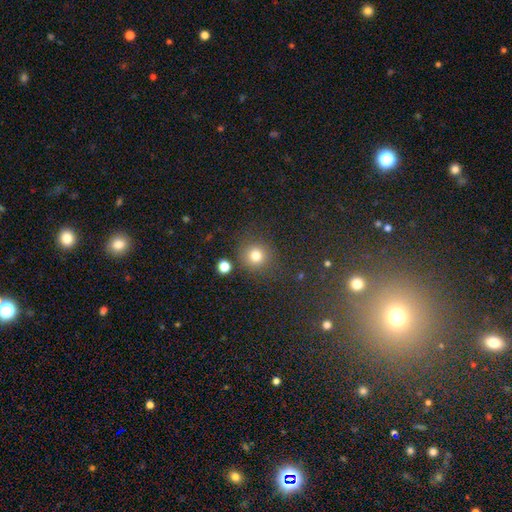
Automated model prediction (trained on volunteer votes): Smooth or featured: smooth — 78% (star or artifact — 15%)
How rounded: round — 92% (in between — 7%)
Merging: none — 82% (minor disturbance — 9%)